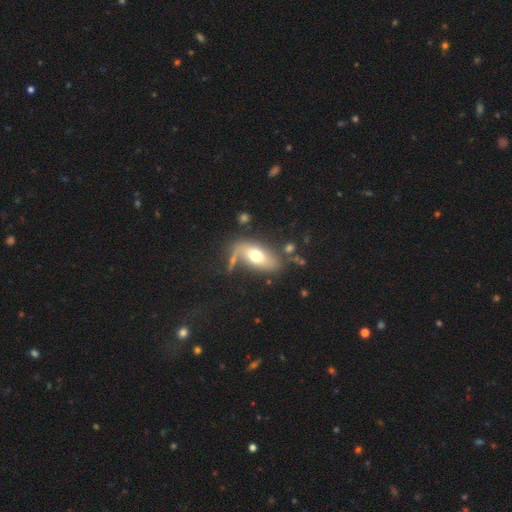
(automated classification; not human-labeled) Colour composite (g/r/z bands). It shows a smooth galaxy with no disk features (60%) that is in between round and cigar-shaped (85%). Merging: none (59%).